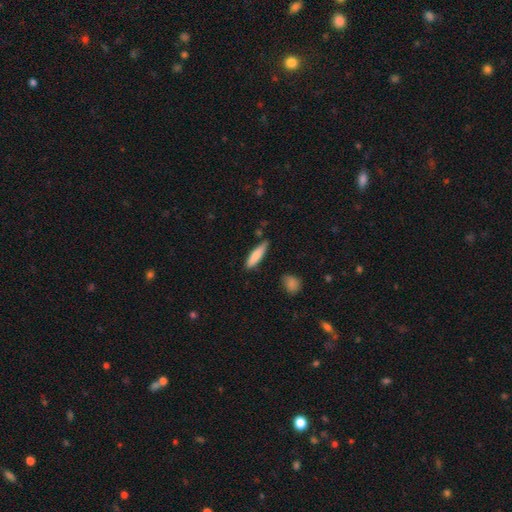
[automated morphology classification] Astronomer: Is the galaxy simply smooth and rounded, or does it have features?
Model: smooth — 79%.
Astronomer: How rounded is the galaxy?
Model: cigar-shaped — 75%.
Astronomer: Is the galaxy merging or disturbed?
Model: none — 79%.